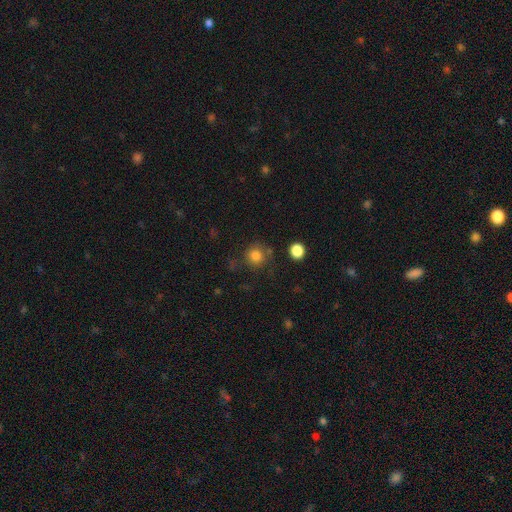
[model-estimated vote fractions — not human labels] Smooth or featured: smooth — 81% (star or artifact — 13%)
How rounded: round — 91% (in between — 8%)
Merging: none — 76% (minor disturbance — 12%)